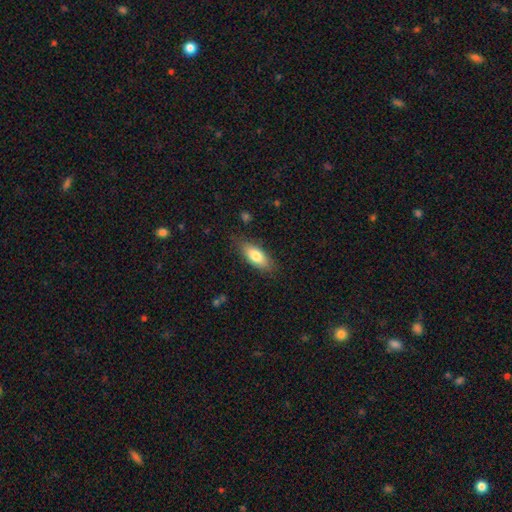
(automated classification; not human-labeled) A smooth galaxy with no disk features (79%) that is in between round and cigar-shaped (79%).

Vote fractions:
- Smooth or featured? smooth: 79% / featured or disk: 14% / star or artifact: 6%
- How rounded? in between: 79% / cigar-shaped: 18% / round: 2%
- Merging? none: 82% / minor disturbance: 14% / major disturbance: 3% / merger: 1%